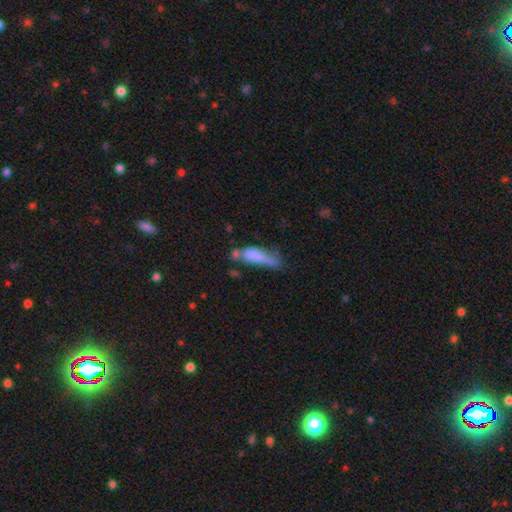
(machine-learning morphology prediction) Smooth or featured? smooth (69%)
How rounded? cigar-shaped (52%)
Merging? merger (29%)